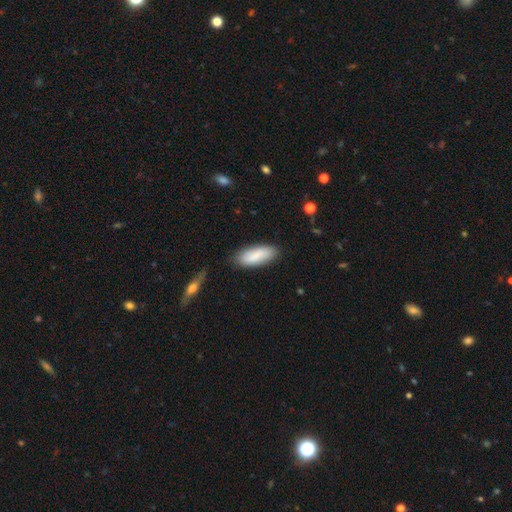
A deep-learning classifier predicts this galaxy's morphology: This appears to be a smooth galaxy with no disk features (83%) that is in between round and cigar-shaped (78%). Merging: none (81%).